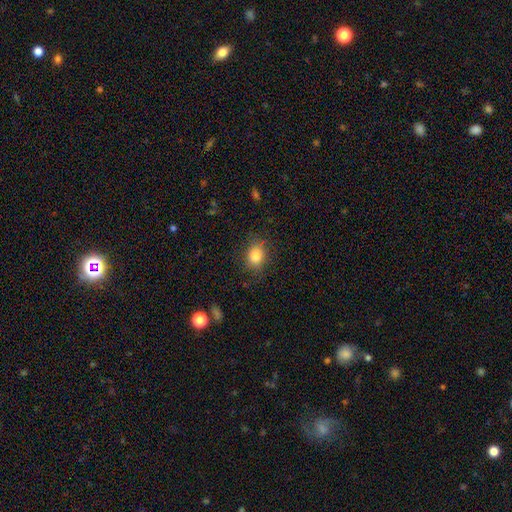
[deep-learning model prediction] The model was most divided on "how rounded": round: 51%, in between: 48%, cigar-shaped: 1%. More confident: smooth or featured — smooth (83%); merging — none (83%).